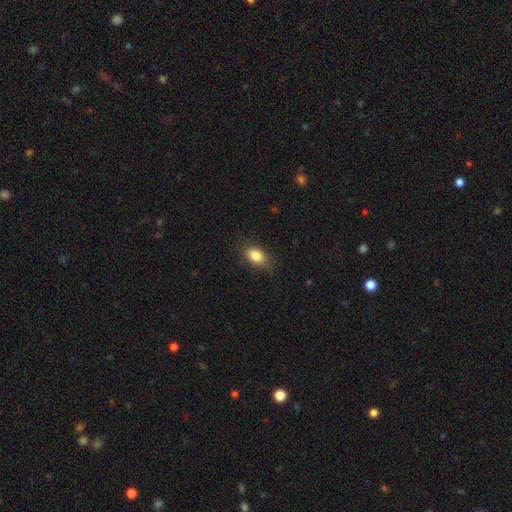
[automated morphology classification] A smooth galaxy with no disk features (84%) that is in between round and cigar-shaped (87%). Merging: none (82%).